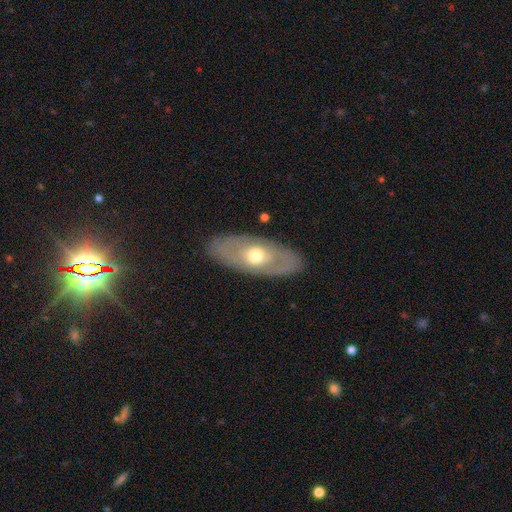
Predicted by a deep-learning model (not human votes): Smooth or featured: featured or disk — 57% (smooth — 38%)
Edge-on disk: no — 81% (yes — 19%)
Merging: none — 86% (minor disturbance — 10%)